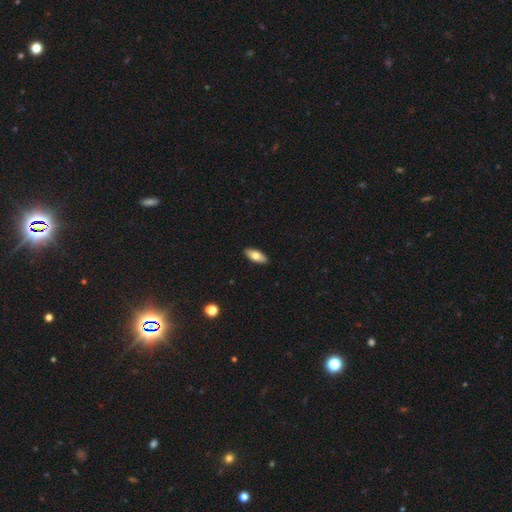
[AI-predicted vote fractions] Overall: smooth (74%). How rounded: in between (83%). Merging: none (90%).